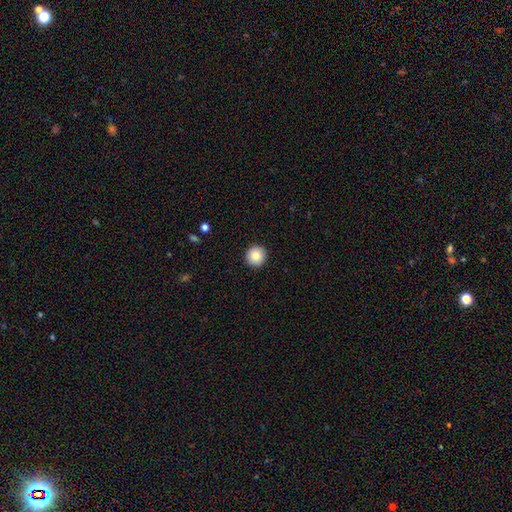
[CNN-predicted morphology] This appears to be a smooth galaxy with no disk features (87%) that is round (94%). Merging: none (92%).